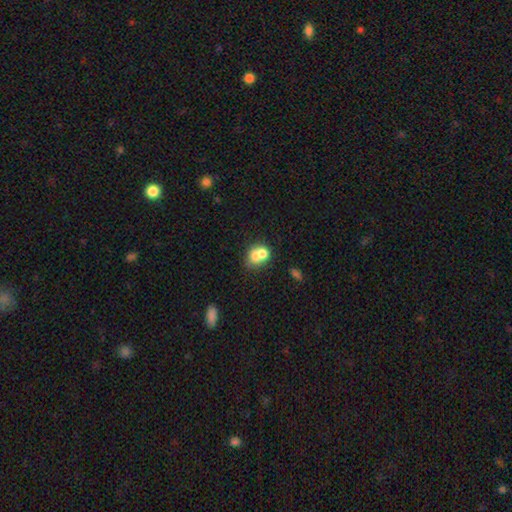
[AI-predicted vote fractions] The model was most divided on "how rounded": round: 60%, in between: 39%, cigar-shaped: 1%. More confident: smooth or featured — smooth (66%); merging — merger (62%).